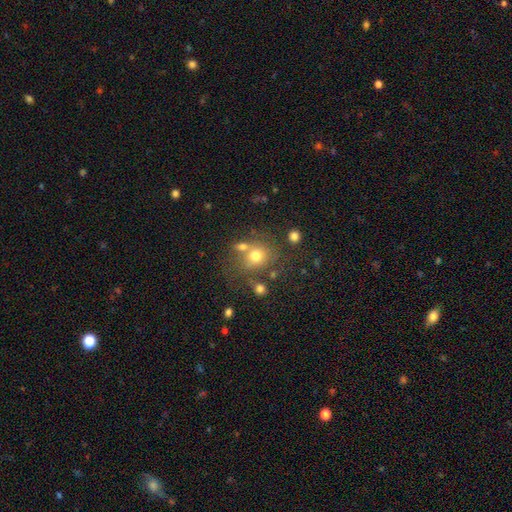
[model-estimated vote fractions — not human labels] smooth 71%, star or artifact 15%, featured or disk 14%. Down the decision tree: how rounded — round (74%); merging — none (59%).